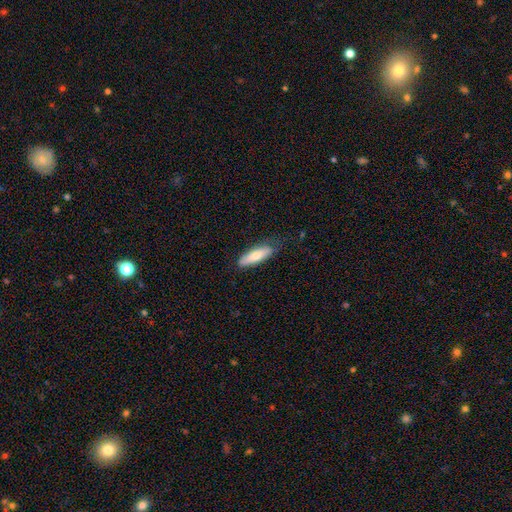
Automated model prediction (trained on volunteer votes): Overall: smooth (71%). How rounded: cigar-shaped (54%; in between 44%). Merging: none (73%).